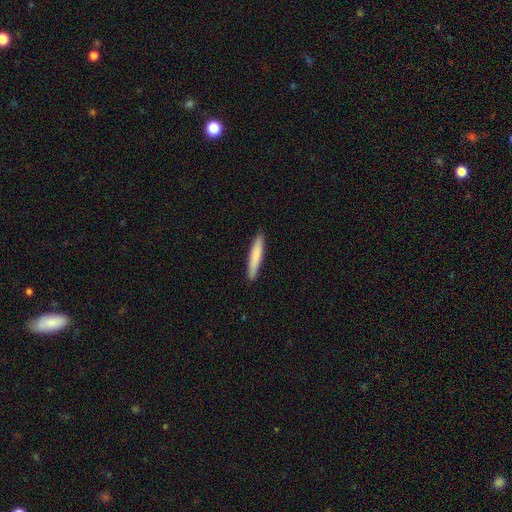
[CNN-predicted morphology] Smooth or featured? smooth (79%)
How rounded? cigar-shaped (93%)
Merging? none (90%)